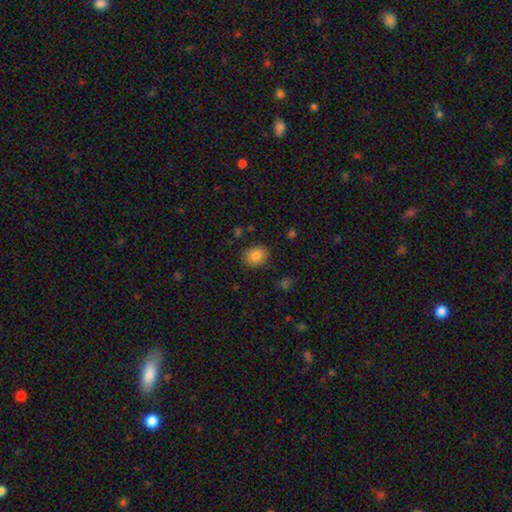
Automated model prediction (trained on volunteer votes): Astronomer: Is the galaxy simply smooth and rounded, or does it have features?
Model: smooth — 85%.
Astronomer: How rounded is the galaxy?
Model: round — 54% (runner-up: in between, 45%).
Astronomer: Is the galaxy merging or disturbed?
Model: none — 86%.